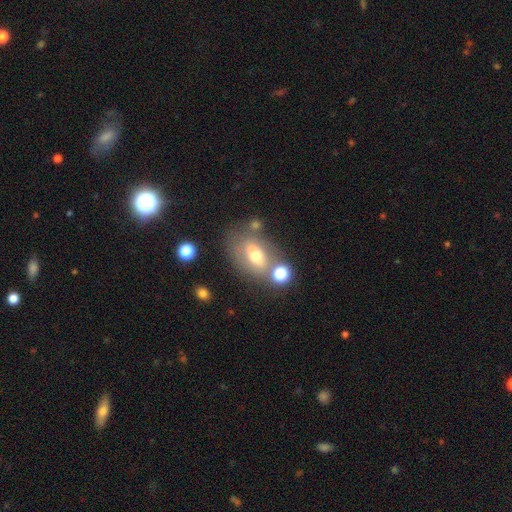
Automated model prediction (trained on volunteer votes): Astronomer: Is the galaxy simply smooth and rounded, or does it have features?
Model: smooth — 53% (runner-up: featured or disk, 34%).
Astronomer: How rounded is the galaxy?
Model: in between — 74%.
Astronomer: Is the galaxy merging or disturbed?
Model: none — 46% (runner-up: merger, 28%).